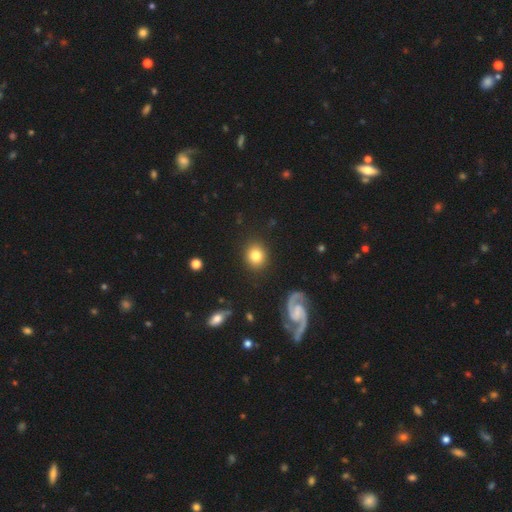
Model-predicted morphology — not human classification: smooth_or_featured: smooth (p=0.76) [alt: featured or disk p=0.14]
how_rounded: round (p=0.83) [alt: in between p=0.16]
merging: none (p=0.89) [alt: minor disturbance p=0.07]